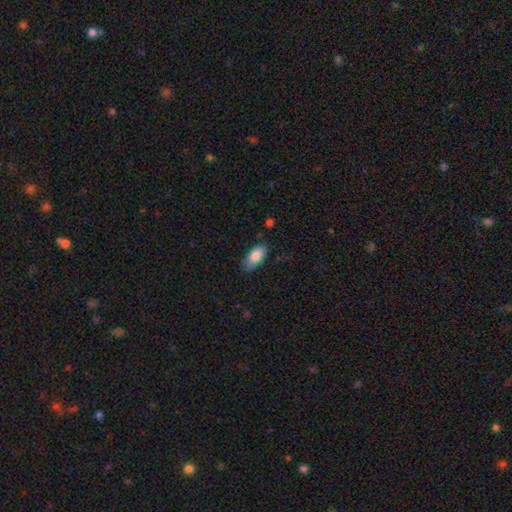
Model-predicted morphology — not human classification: This appears to be a smooth galaxy with no disk features (85%) that is in between round and cigar-shaped (91%). Merging: none (79%).